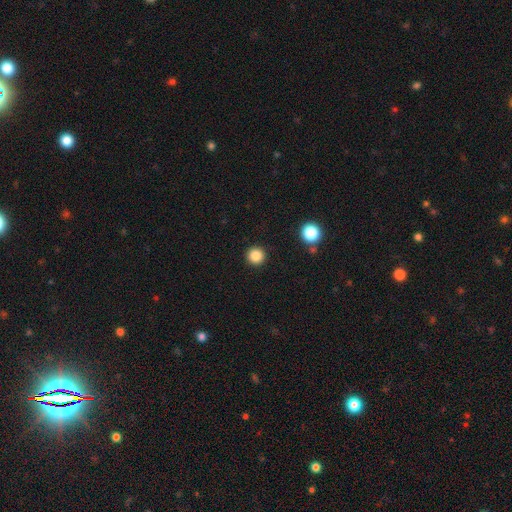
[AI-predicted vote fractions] smooth 85%, star or artifact 11%, featured or disk 4%. Down the decision tree: how rounded — round (96%); merging — none (93%).